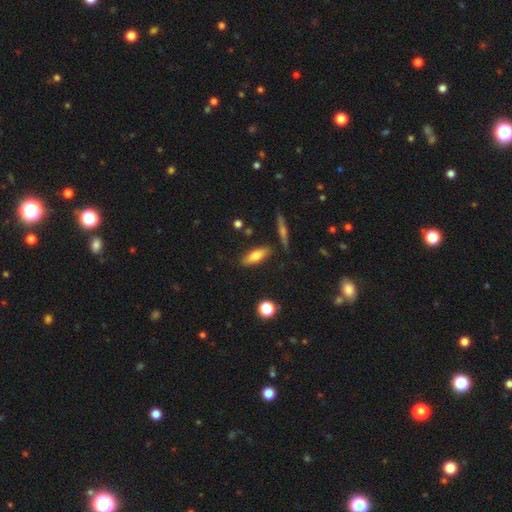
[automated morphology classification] Smooth or featured? smooth (67%)
How rounded? in between (54%)
Merging? none (82%)